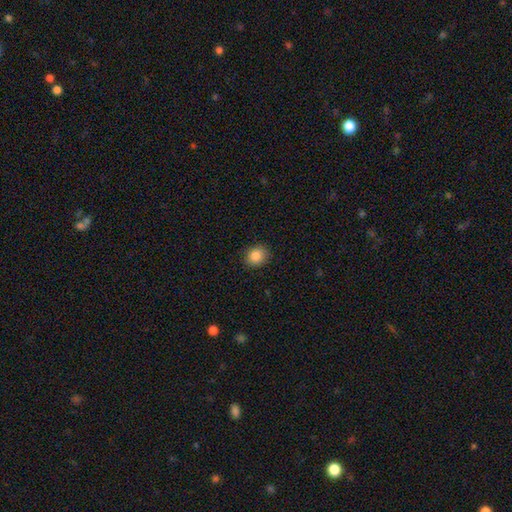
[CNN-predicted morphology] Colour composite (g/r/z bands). It shows a smooth galaxy with no disk features (85%) that is round (67%). Merging: none (88%).